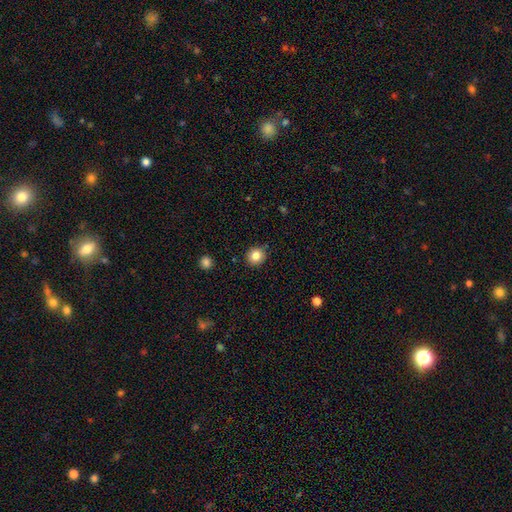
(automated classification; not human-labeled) Q: Smooth or featured?
A: smooth (84%); runner-up: star or artifact (11%)
Q: How rounded?
A: round (89%); runner-up: in between (10%)
Q: Merging?
A: none (88%); runner-up: minor disturbance (8%)